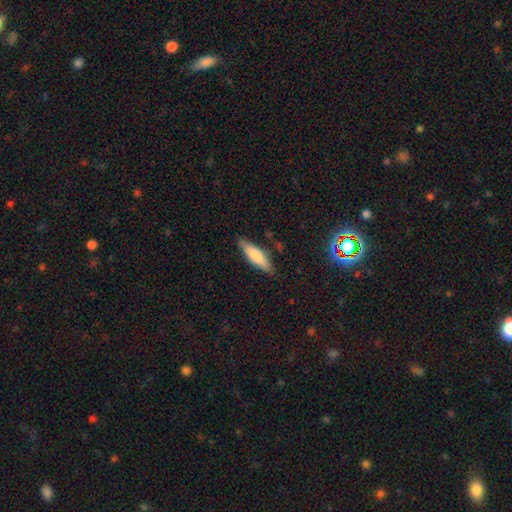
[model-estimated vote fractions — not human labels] A smooth galaxy with no disk features (70%) that is cigar-shaped (60%).

Vote fractions:
- Smooth or featured? smooth: 70% / featured or disk: 25% / star or artifact: 6%
- How rounded? cigar-shaped: 60% / in between: 38% / round: 2%
- Merging? none: 83% / minor disturbance: 13% / major disturbance: 2% / merger: 2%